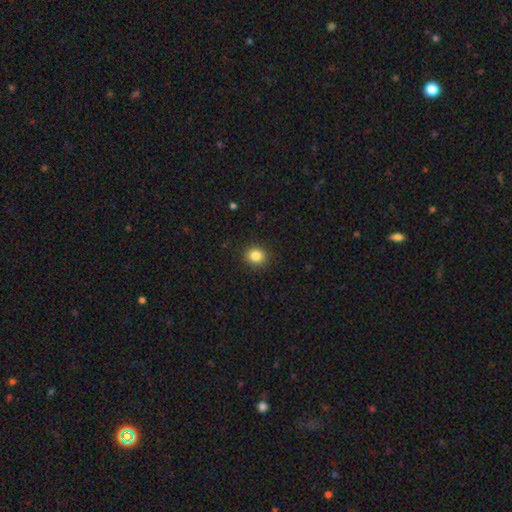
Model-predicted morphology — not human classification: smooth_or_featured: smooth (p=0.85) [alt: star or artifact p=0.11]
how_rounded: round (p=0.79) [alt: in between p=0.20]
merging: none (p=0.91) [alt: minor disturbance p=0.06]